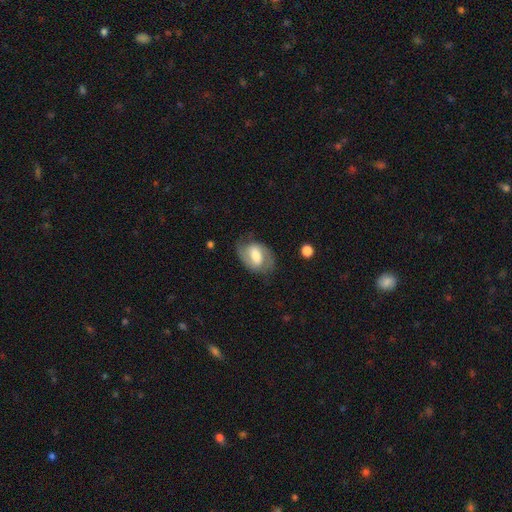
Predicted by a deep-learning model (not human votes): The model was most divided on "bar": weak: 45%, strong: 34%, no: 21%. Remaining: edge-on disk — no (96%); spiral arms — yes (85%); spiral arm count — 2 (84%); merging — none (67%); smooth or featured — featured or disk (65%); bulge size — moderate (51%); spiral winding — medium (49%).